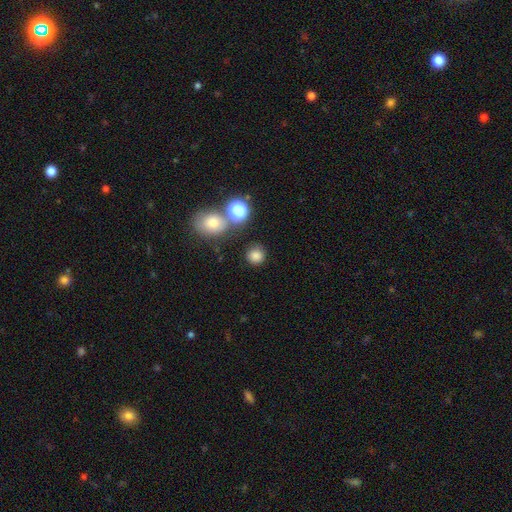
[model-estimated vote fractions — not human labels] A smooth galaxy with no disk features (80%) that is round (88%). Merging: none (79%).